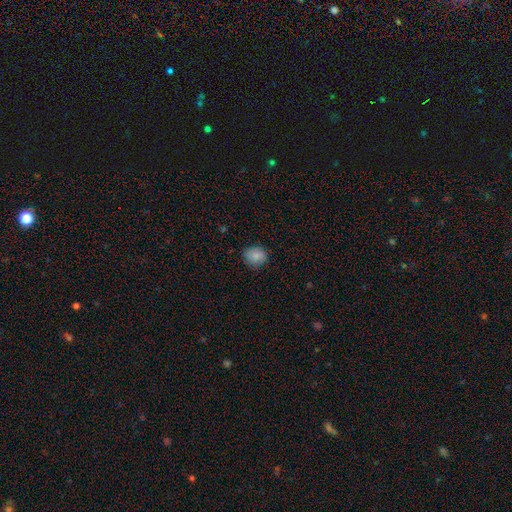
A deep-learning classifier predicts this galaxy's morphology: A smooth galaxy with no disk features (85%) that is round (69%). Merging: none (79%).